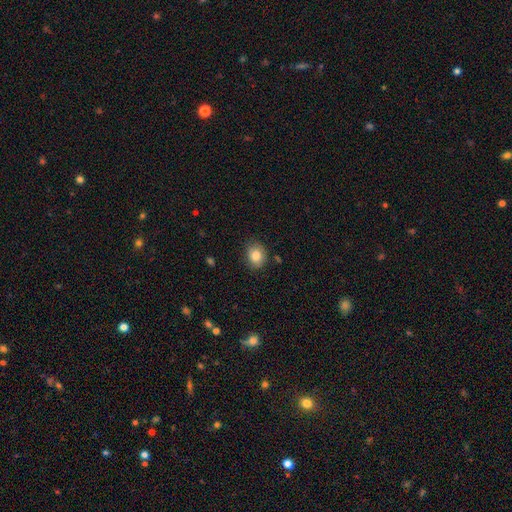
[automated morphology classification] Smooth or featured?
  - smooth: 85% *
  - star or artifact: 8%
  - featured or disk: 6%
How rounded?
  - round: 58% *
  - in between: 41%
  - cigar-shaped: 1%
Merging?
  - none: 82% *
  - minor disturbance: 14%
  - major disturbance: 3%
  - merger: 2%